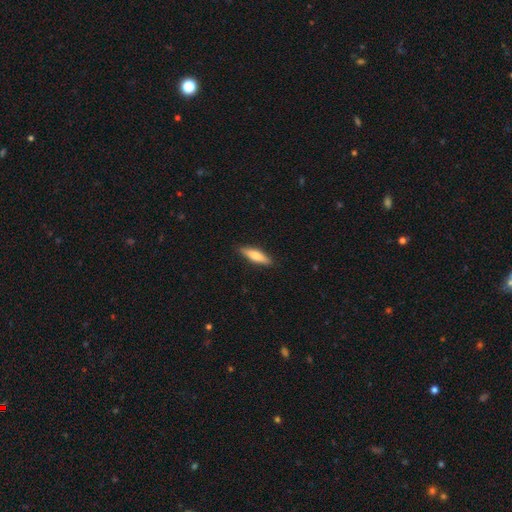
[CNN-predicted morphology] smooth_or_featured: smooth (p=0.72) [alt: featured or disk p=0.22]
how_rounded: cigar-shaped (p=0.61) [alt: in between p=0.37]
merging: none (p=0.88) [alt: minor disturbance p=0.09]